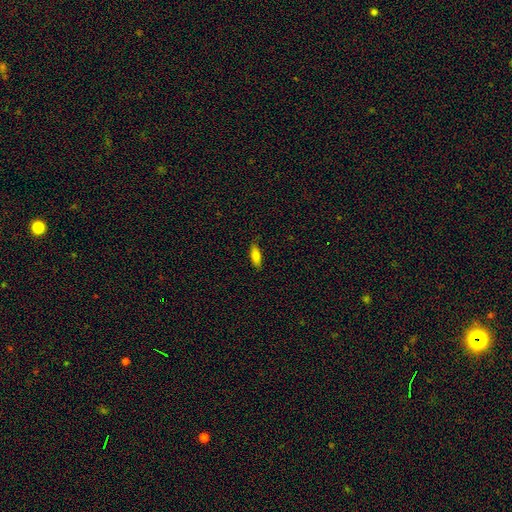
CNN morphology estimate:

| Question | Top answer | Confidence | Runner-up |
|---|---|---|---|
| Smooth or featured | smooth | 79% | featured or disk (14%) |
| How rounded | in between | 60% | cigar-shaped (38%) |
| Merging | none | 84% | minor disturbance (12%) |